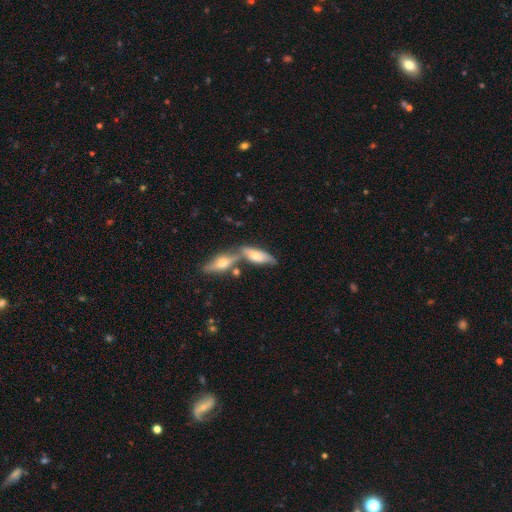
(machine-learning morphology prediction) Overall: smooth (53%; featured or disk 39%). How rounded: in between (63%; cigar-shaped 35%). Merging: merger (44%; none 38%).